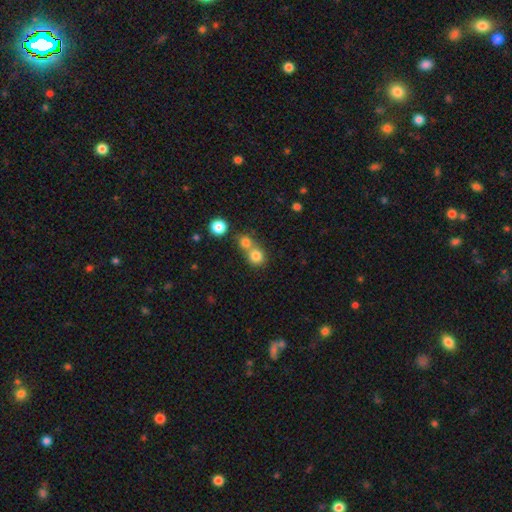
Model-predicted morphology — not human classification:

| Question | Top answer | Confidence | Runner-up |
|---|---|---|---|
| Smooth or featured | smooth | 79% | star or artifact (12%) |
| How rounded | round | 85% | in between (14%) |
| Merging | merger | 48% | none (44%) |